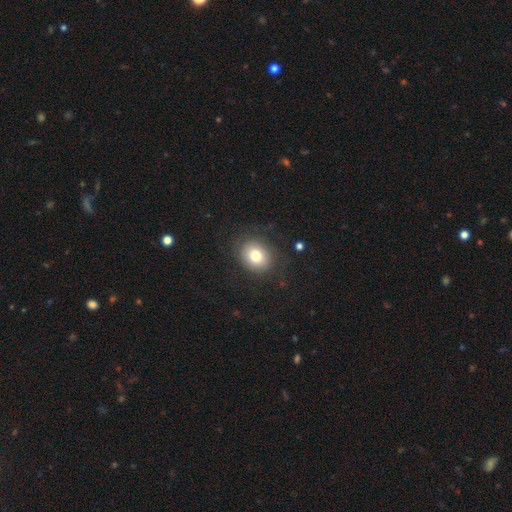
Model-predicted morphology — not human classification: type=smooth (79%); roundness=round (57%); merging=none (83%).